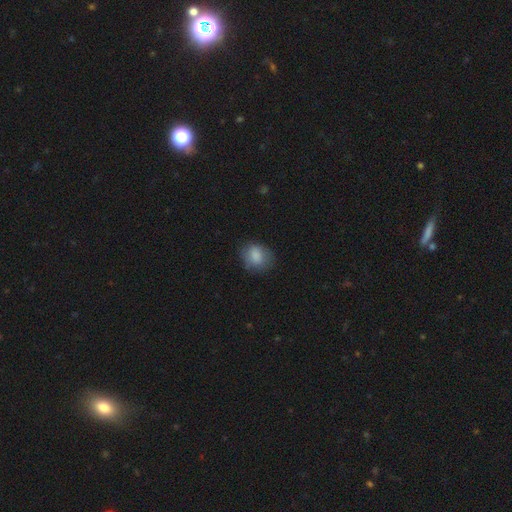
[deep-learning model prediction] A smooth galaxy with no disk features (83%) that is round (50%).

Vote fractions:
- Smooth or featured? smooth: 83% / featured or disk: 9% / star or artifact: 8%
- How rounded? round: 50% / in between: 49% / cigar-shaped: 1%
- Merging? none: 72% / minor disturbance: 20% / major disturbance: 6% / merger: 1%